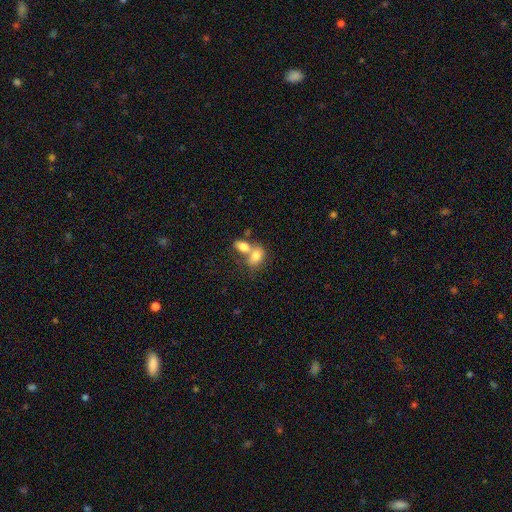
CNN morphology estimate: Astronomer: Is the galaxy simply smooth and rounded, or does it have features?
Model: smooth — 78%.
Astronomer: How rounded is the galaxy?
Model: in between — 79%.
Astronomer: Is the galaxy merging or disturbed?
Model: merger — 64%.